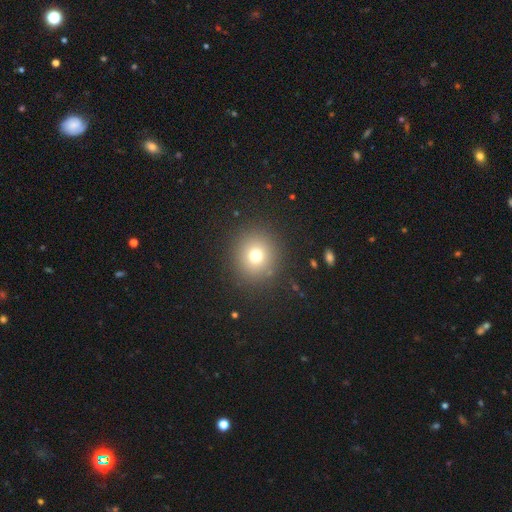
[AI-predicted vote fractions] Morphology: type=smooth (72%); roundness=round (91%); merging=none (89%).